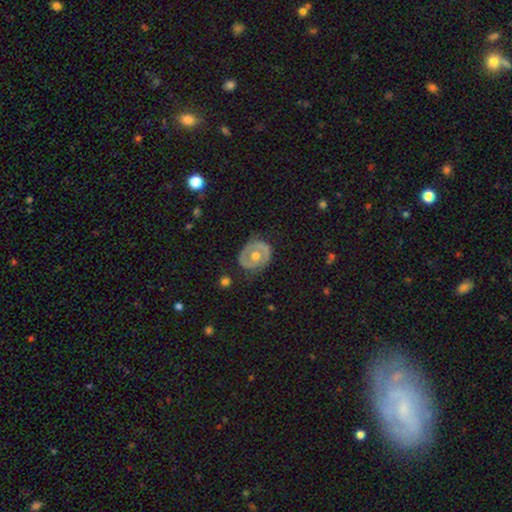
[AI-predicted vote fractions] A featured or disk galaxy (63%) with no bar (78%), no spiral arms (64%) and a moderate central bulge (79%). Merging: none (80%).